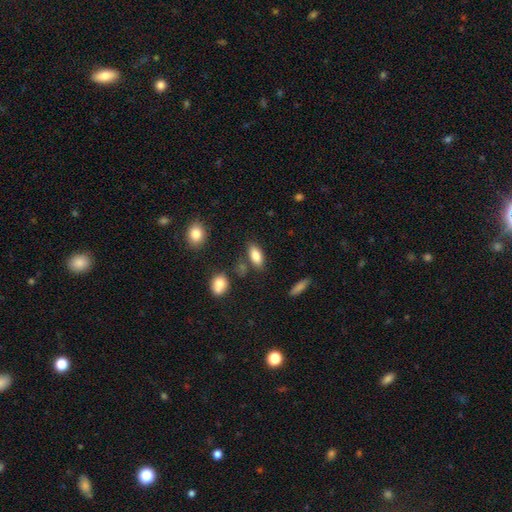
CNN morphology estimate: smooth_or_featured: smooth (p=0.81) [alt: featured or disk p=0.11]
how_rounded: in between (p=0.85) [alt: cigar-shaped p=0.12]
merging: none (p=0.77) [alt: minor disturbance p=0.13]